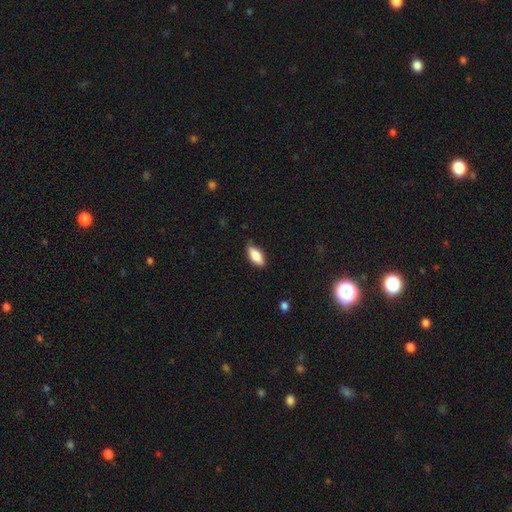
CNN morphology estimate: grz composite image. It shows a smooth galaxy with no disk features (81%) that is in between round and cigar-shaped (84%). Merging: none (81%).